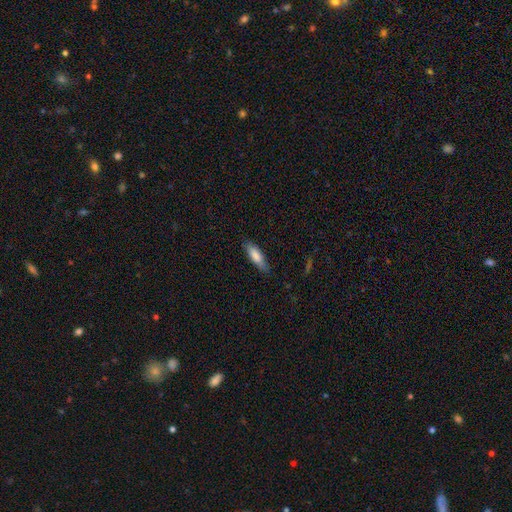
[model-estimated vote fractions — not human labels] Smooth or featured? smooth (80%)
How rounded? cigar-shaped (57%)
Merging? none (80%)